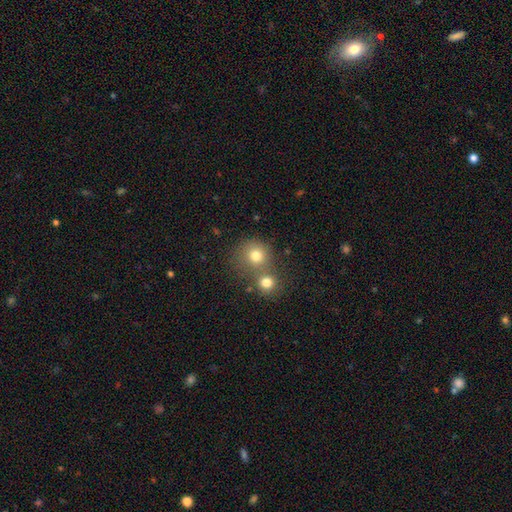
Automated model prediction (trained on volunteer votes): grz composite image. It shows a smooth galaxy with no disk features (77%) that is round (88%). Merging: none (51%).